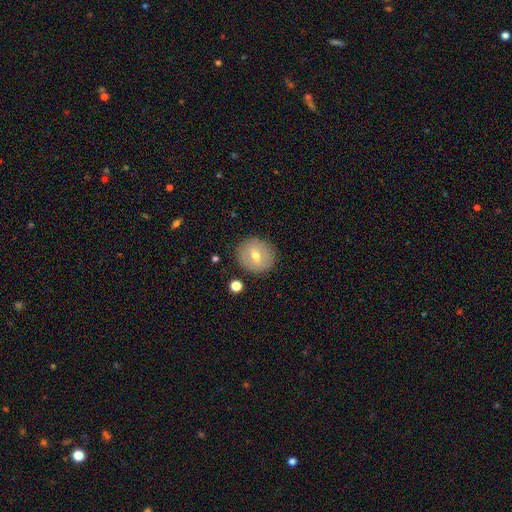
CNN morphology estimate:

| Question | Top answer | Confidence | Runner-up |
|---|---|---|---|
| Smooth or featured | smooth | 59% | featured or disk (32%) |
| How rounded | round | 87% | in between (12%) |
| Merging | none | 88% | minor disturbance (8%) |